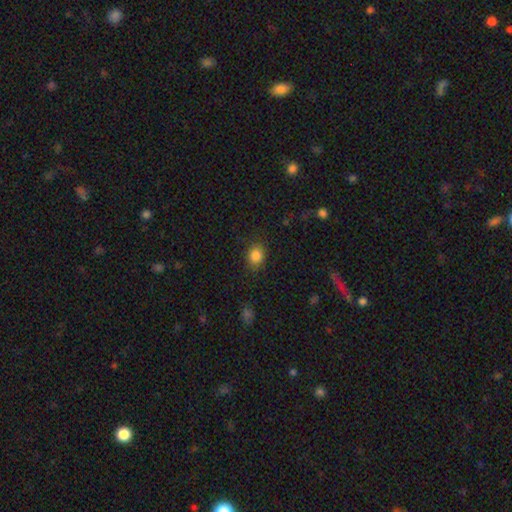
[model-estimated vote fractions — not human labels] smooth 85%, star or artifact 10%, featured or disk 5%. Down the decision tree: how rounded — round (54%); merging — none (82%).